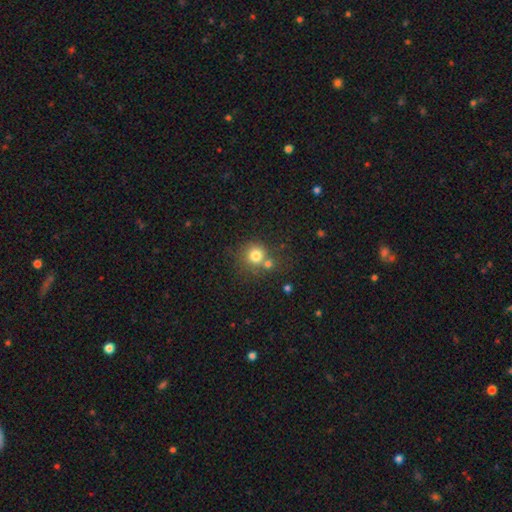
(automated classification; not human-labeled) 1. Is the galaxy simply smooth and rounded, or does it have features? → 79% smooth, 12% star or artifact, 9% featured or disk.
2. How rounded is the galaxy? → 90% round, 9% in between, 1% cigar-shaped.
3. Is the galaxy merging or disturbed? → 59% none, 26% merger, 10% minor disturbance, 4% major disturbance.